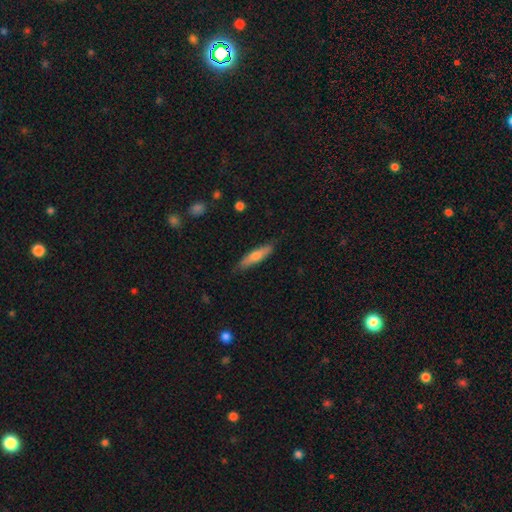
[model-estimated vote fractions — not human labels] Smooth or featured? smooth (61%)
How rounded? cigar-shaped (80%)
Merging? none (85%)